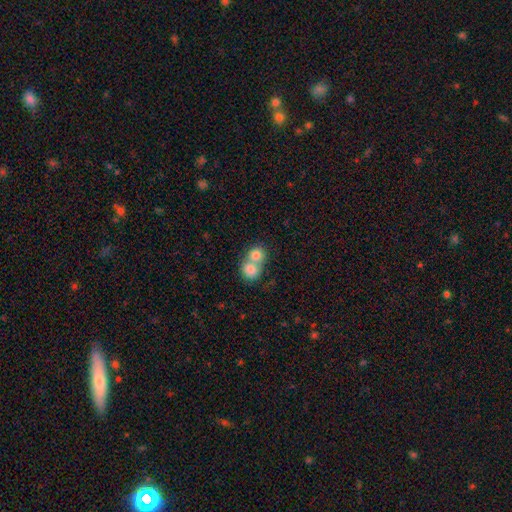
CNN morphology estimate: The model was most divided on "merging": merger: 64%, none: 29%, minor disturbance: 5%, major disturbance: 2%. More confident: smooth or featured — smooth (81%); how rounded — round (80%).